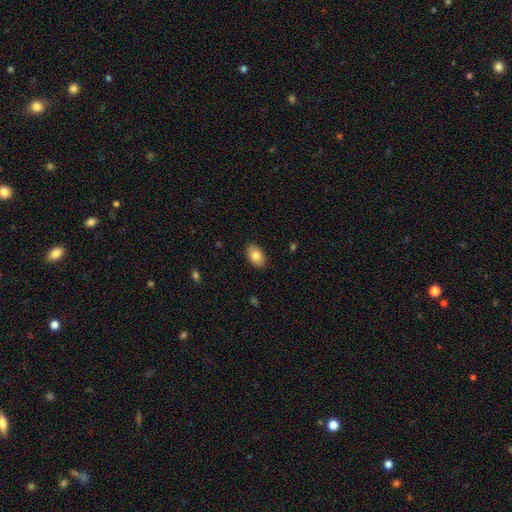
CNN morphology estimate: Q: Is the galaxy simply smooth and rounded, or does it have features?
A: smooth — 82%.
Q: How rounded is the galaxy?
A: in between — 87%.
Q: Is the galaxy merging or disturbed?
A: none — 89%.